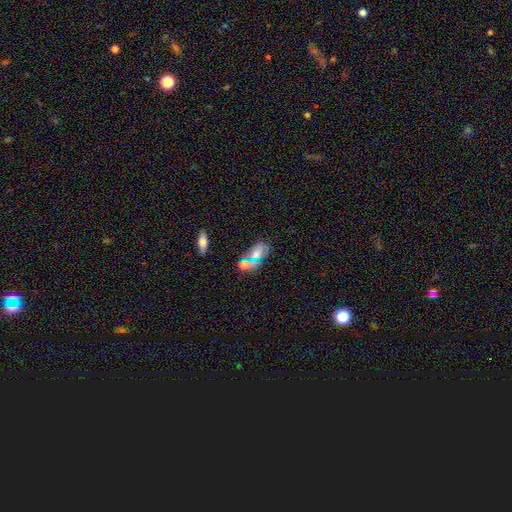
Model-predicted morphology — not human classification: This is possibly a smooth galaxy (58%). How rounded: clearly in between (84%). Merging: possibly none (58%).